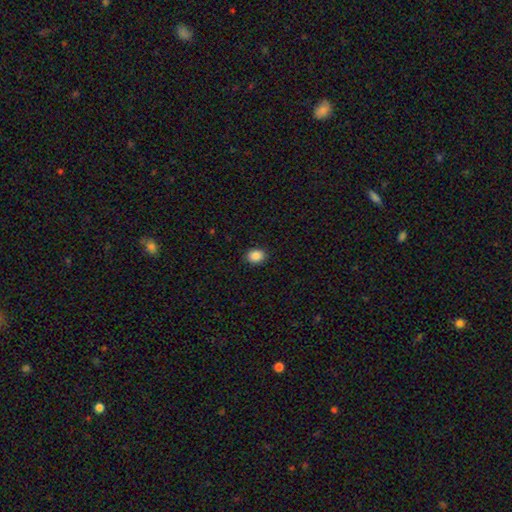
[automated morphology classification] Smooth or featured: smooth — 88% (star or artifact — 9%)
How rounded: in between — 52% (round — 47%)
Merging: none — 90% (minor disturbance — 7%)